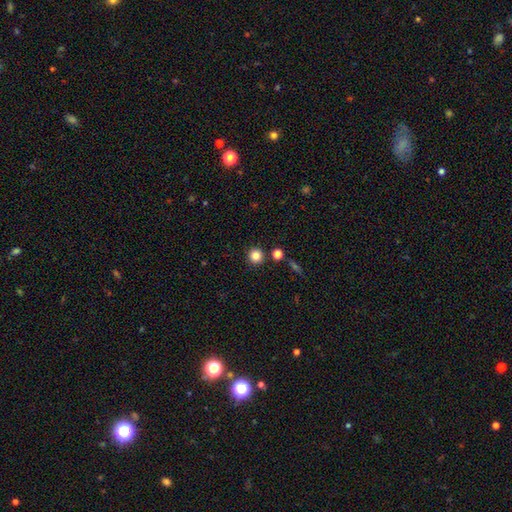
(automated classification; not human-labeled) smooth 83%, star or artifact 11%, featured or disk 6%. Down the decision tree: how rounded — round (95%); merging — none (88%).